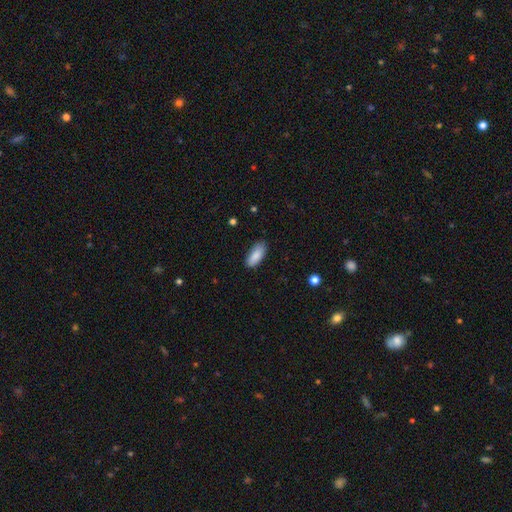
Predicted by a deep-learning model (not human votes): The model was most divided on "merging": none: 81%, minor disturbance: 15%, major disturbance: 3%, merger: 1%. More confident: smooth or featured — smooth (88%); how rounded — in between (84%).